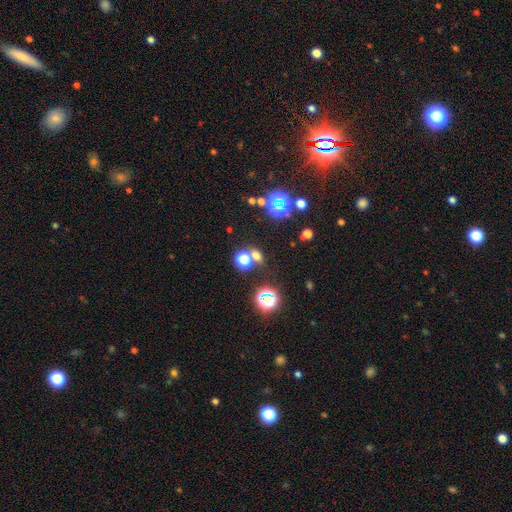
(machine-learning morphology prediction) Q: Smooth or featured?
A: smooth (54%); runner-up: star or artifact (37%)
Q: How rounded?
A: round (60%); runner-up: in between (37%)
Q: Merging?
A: none (70%); runner-up: merger (17%)